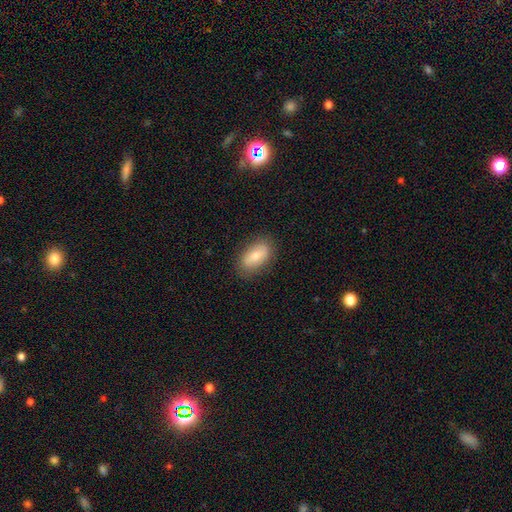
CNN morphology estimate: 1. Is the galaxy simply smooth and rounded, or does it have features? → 72% smooth, 22% featured or disk, 7% star or artifact.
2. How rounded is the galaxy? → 90% in between, 5% cigar-shaped, 5% round.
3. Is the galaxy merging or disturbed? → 84% none, 12% minor disturbance, 3% major disturbance, 1% merger.